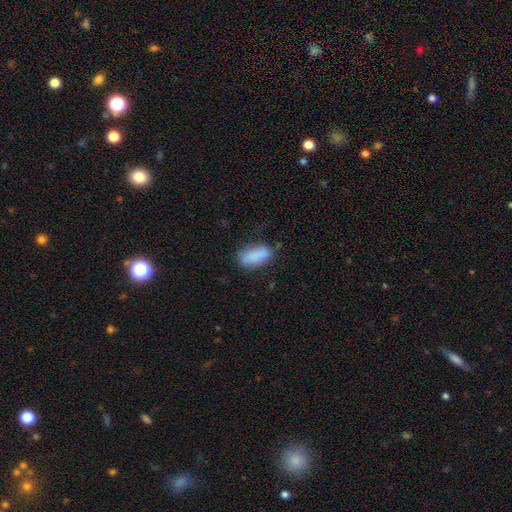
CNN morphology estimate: Smooth or featured? Predicted: smooth (p=0.84). How rounded? Predicted: in between (p=0.80). Merging? Predicted: none (p=0.66).